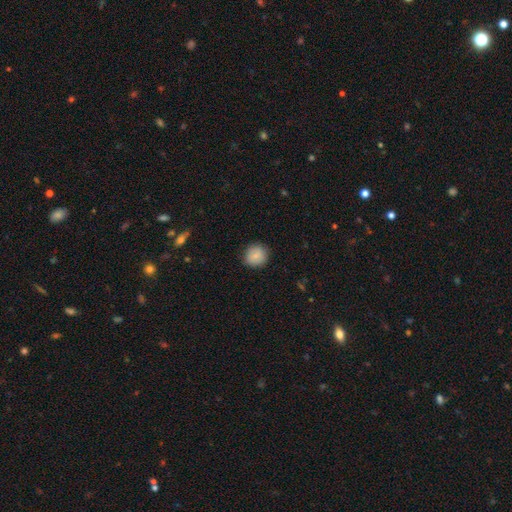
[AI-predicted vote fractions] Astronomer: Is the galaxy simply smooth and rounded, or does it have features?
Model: smooth — 84%.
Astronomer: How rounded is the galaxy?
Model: round — 87%.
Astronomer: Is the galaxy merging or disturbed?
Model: none — 85%.